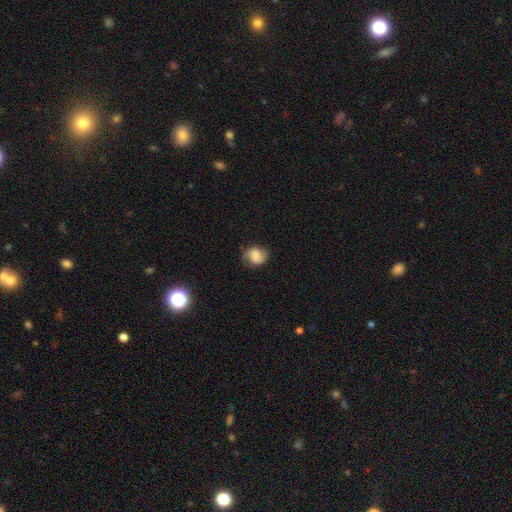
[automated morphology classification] This is possibly a smooth galaxy (60%). How rounded: likely round (63%). Merging: likely none (71%).